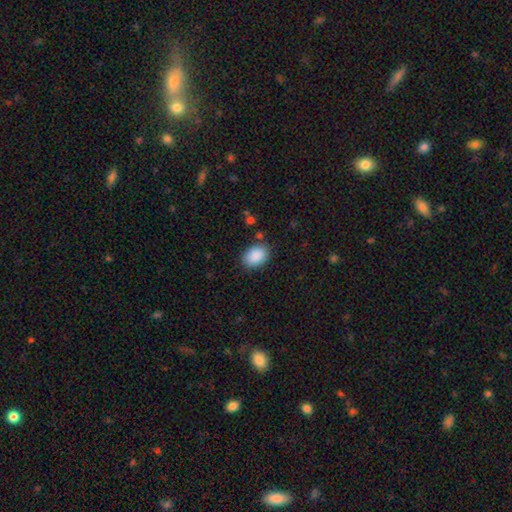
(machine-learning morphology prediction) The model was most divided on "how rounded": in between: 81%, round: 18%, cigar-shaped: 1%. More confident: smooth or featured — smooth (90%); merging — none (83%).